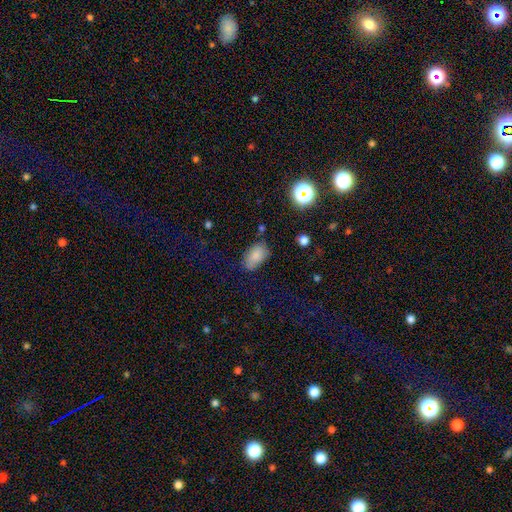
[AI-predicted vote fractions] Smooth or featured? smooth (82%)
How rounded? in between (92%)
Merging? none (70%)